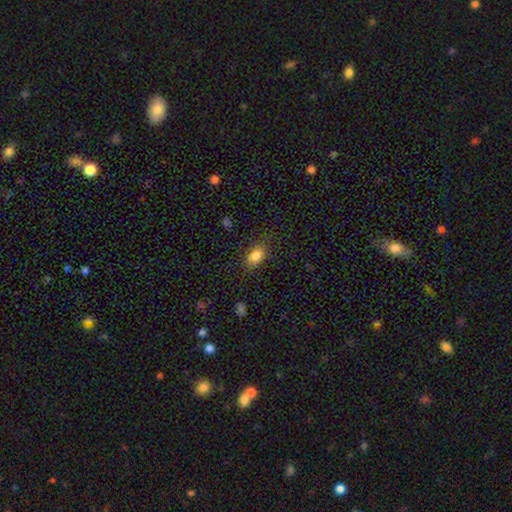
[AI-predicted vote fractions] Smooth or featured? smooth (84%)
How rounded? in between (82%)
Merging? none (80%)